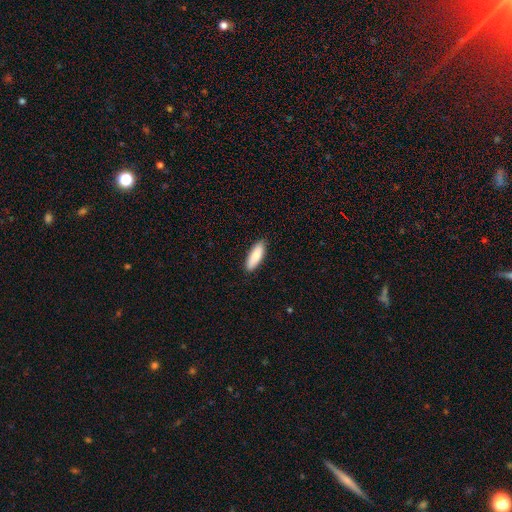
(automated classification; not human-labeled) Smooth or featured? Predicted: smooth (p=0.83). How rounded? Predicted: in between (p=0.58). Merging? Predicted: none (p=0.88).